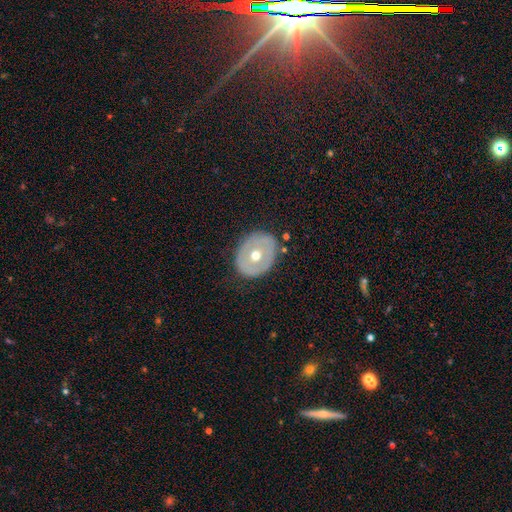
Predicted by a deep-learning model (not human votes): The model was most divided on "smooth or featured": featured or disk: 50%, smooth: 43%, star or artifact: 7%. More confident: edge-on disk — no (92%); merging — none (82%).